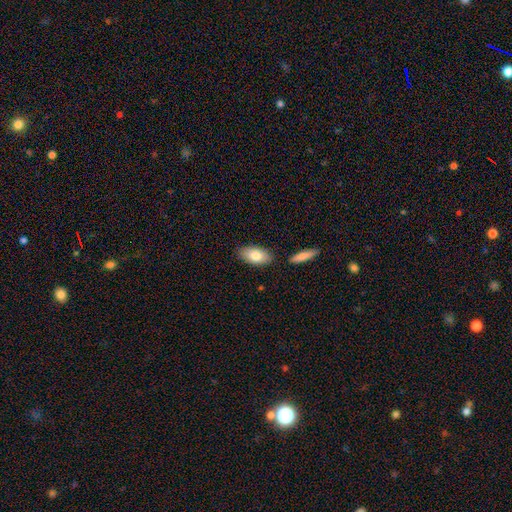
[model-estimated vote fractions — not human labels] smooth 79%, featured or disk 15%, star or artifact 6%. Down the decision tree: how rounded — in between (92%); merging — none (81%).